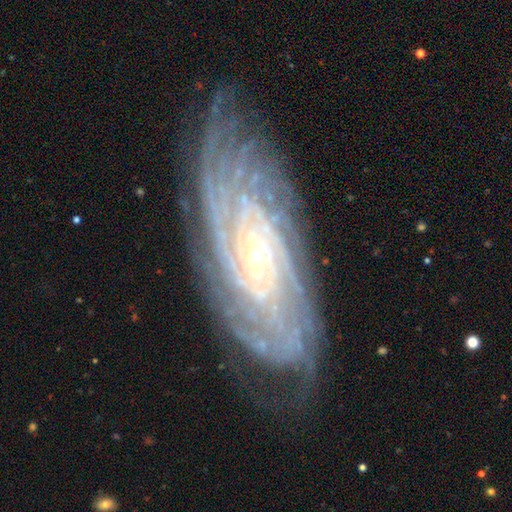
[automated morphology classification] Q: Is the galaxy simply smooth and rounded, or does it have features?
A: featured or disk — 89%.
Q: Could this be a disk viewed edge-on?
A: no — 93%.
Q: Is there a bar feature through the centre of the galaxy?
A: no — 69%.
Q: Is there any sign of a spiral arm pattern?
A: yes — 98%.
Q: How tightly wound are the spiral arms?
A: tight — 81%.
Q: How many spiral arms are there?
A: can't tell — 26%.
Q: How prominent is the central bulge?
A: small — 86%.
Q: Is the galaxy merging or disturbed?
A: none — 77%.